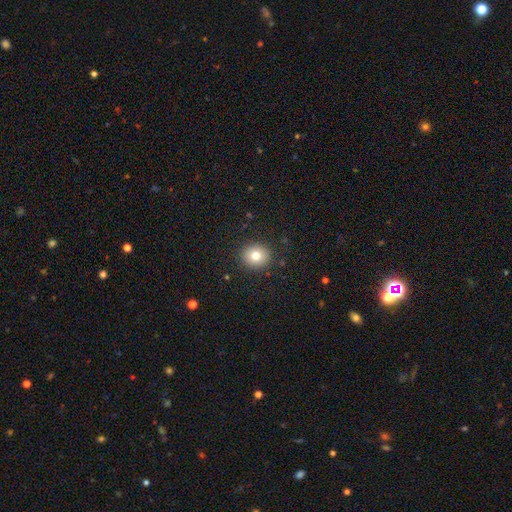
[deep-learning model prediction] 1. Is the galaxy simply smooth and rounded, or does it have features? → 78% smooth, 11% star or artifact, 11% featured or disk.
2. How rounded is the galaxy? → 83% round, 16% in between, 1% cigar-shaped.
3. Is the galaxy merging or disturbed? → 90% none, 7% minor disturbance, 2% major disturbance, 1% merger.